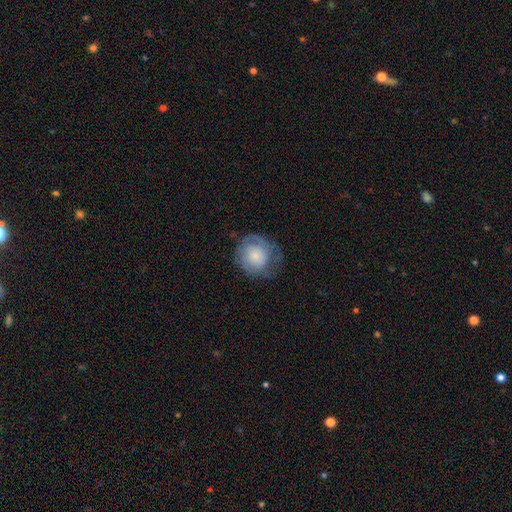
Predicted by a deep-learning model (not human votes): smooth 56%, featured or disk 37%, star or artifact 7%. Down the decision tree: how rounded — round (84%); merging — none (59%).